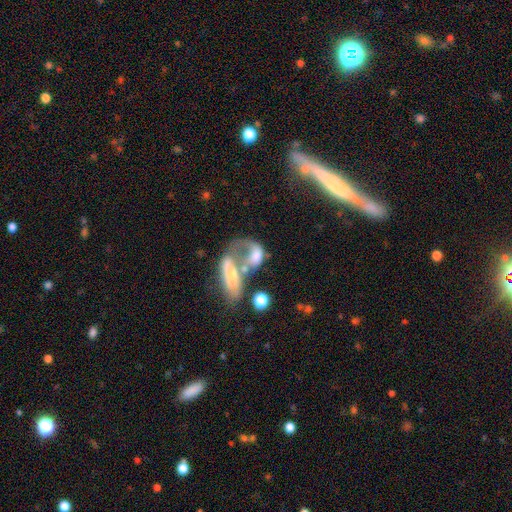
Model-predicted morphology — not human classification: A featured or disk galaxy (47%).

Vote fractions:
- Smooth or featured? featured or disk: 47% / smooth: 42% / star or artifact: 11%
- Merging? merger: 58% / major disturbance: 25% / none: 10% / minor disturbance: 7%